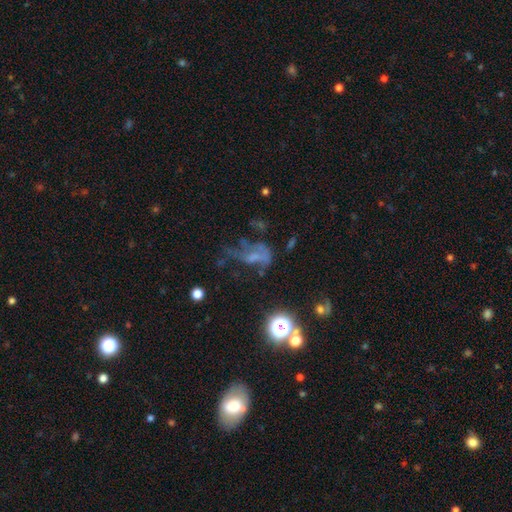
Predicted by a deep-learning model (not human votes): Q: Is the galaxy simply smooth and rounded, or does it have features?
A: featured or disk — 40%.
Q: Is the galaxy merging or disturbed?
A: major disturbance — 43%.